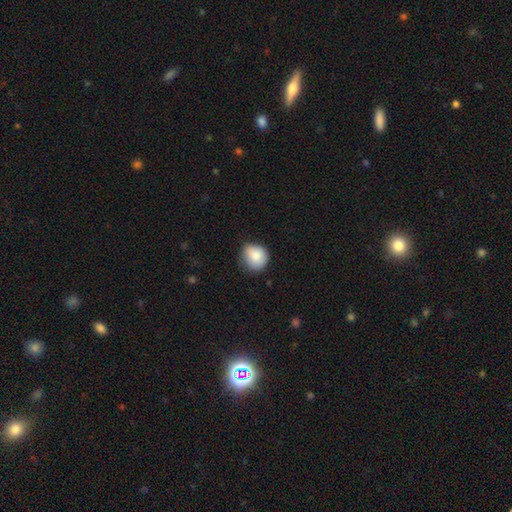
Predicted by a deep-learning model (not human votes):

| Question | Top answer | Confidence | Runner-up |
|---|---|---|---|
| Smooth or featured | smooth | 86% | star or artifact (8%) |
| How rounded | round | 76% | in between (23%) |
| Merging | none | 68% | minor disturbance (26%) |